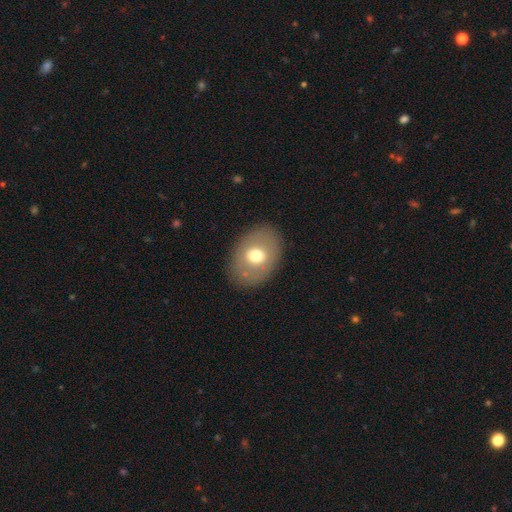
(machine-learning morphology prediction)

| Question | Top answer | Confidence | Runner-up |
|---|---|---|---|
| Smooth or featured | smooth | 63% | featured or disk (28%) |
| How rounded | in between | 68% | round (31%) |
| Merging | none | 84% | minor disturbance (10%) |